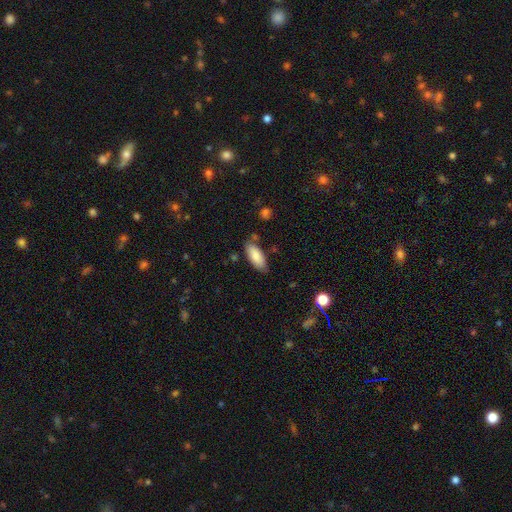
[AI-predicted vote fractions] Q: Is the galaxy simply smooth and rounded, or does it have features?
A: smooth — 81%.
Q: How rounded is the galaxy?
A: in between — 82%.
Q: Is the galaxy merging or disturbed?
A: none — 76%.